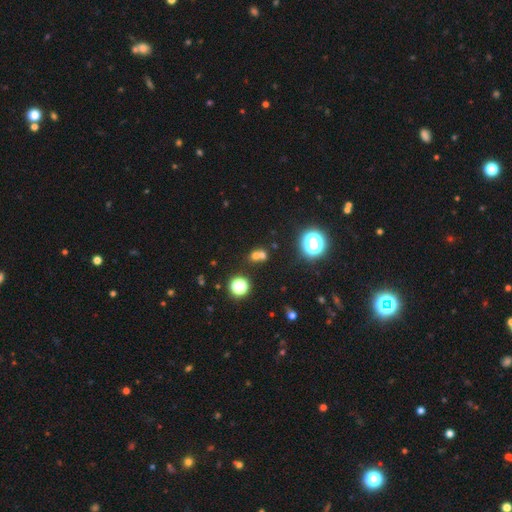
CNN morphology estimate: A smooth galaxy with no disk features (60%) that is round (74%).

Vote fractions:
- Smooth or featured? smooth: 60% / star or artifact: 27% / featured or disk: 14%
- How rounded? round: 74% / in between: 25% / cigar-shaped: 1%
- Merging? merger: 50% / none: 39% / minor disturbance: 7% / major disturbance: 4%